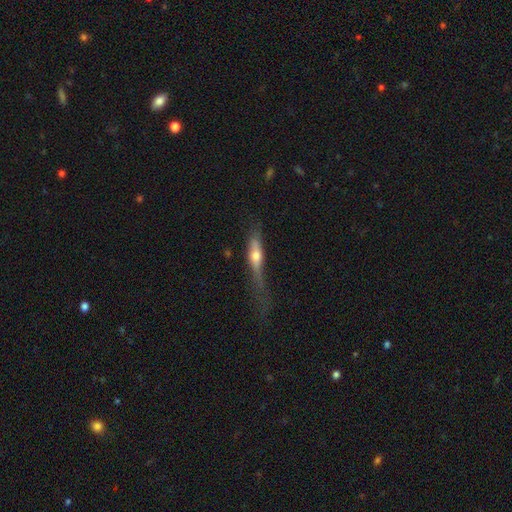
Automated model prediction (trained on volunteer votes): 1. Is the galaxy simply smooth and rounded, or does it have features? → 50% smooth, 44% featured or disk, 6% star or artifact.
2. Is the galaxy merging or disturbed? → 36% none, 31% major disturbance, 29% minor disturbance, 3% merger.